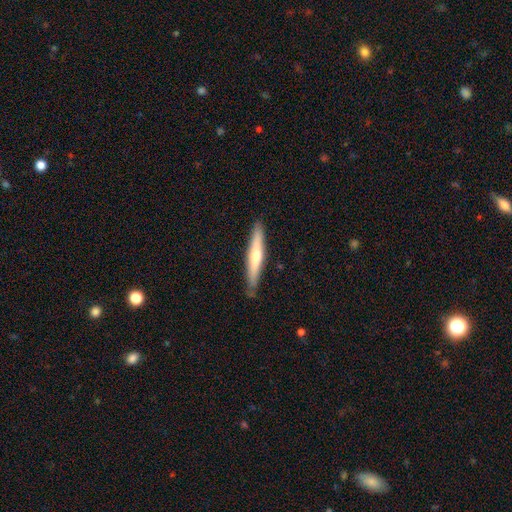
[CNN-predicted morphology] A featured or disk galaxy (49%). Merging: none (87%).